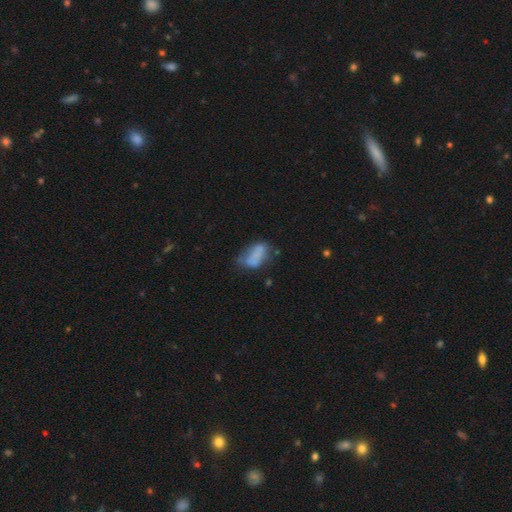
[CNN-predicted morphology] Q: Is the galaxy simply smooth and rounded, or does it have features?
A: smooth — 61%.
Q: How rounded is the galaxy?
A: in between — 90%.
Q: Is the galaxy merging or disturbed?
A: none — 38%.